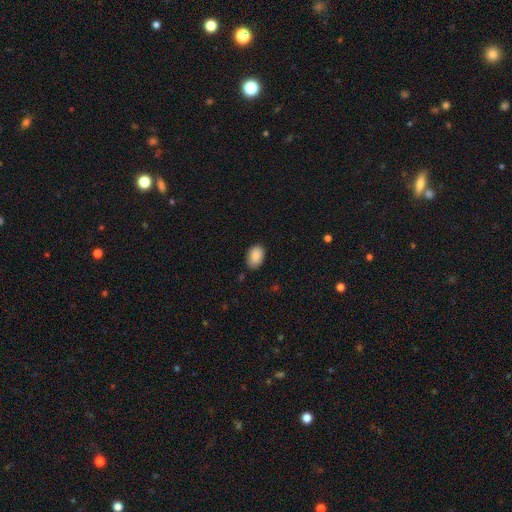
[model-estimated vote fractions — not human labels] Smooth or featured?
  - smooth: 89% *
  - star or artifact: 7%
  - featured or disk: 4%
How rounded?
  - in between: 88% *
  - round: 11%
  - cigar-shaped: 1%
Merging?
  - none: 79% *
  - minor disturbance: 17%
  - major disturbance: 3%
  - merger: 1%